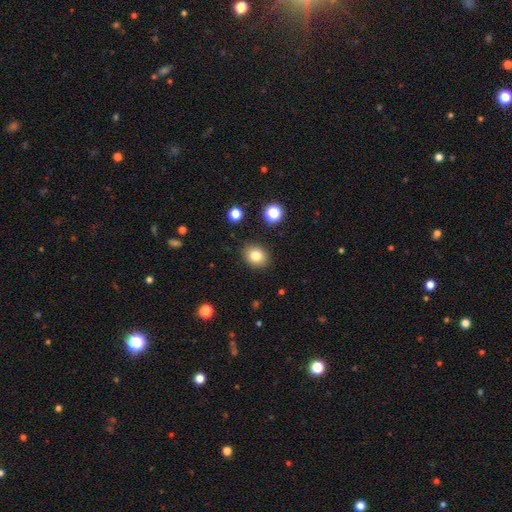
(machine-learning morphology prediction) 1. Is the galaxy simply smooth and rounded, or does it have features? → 81% smooth, 11% star or artifact, 8% featured or disk.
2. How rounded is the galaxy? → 57% round, 42% in between, 1% cigar-shaped.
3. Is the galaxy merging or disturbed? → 88% none, 8% minor disturbance, 2% major disturbance, 2% merger.